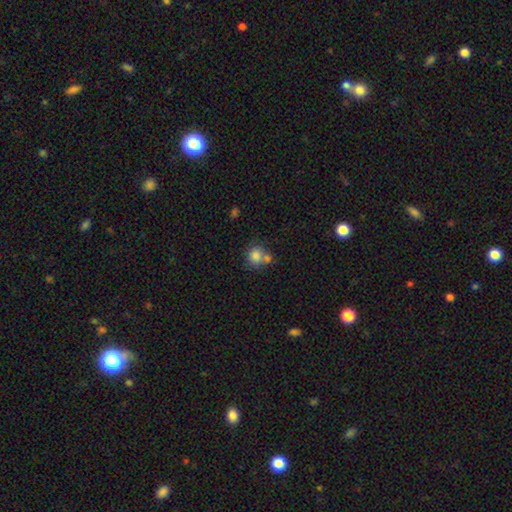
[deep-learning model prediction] Q: Smooth or featured?
A: smooth (82%); runner-up: star or artifact (10%)
Q: How rounded?
A: round (82%); runner-up: in between (17%)
Q: Merging?
A: none (50%); runner-up: merger (34%)